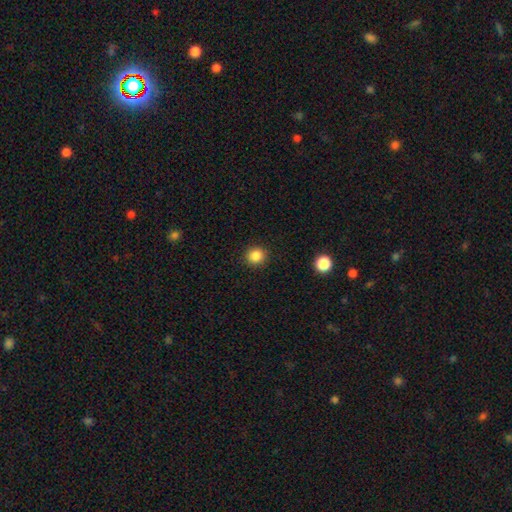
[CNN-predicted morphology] Smooth or featured? smooth (85%)
How rounded? round (91%)
Merging? none (92%)